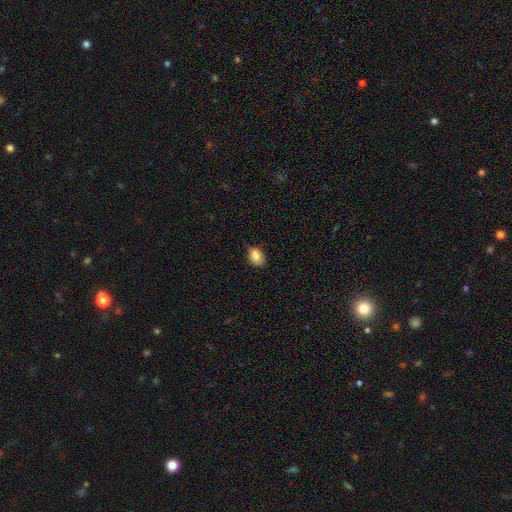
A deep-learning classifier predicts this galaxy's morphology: Smooth or featured? Predicted: smooth (p=0.81). How rounded? Predicted: in between (p=0.73). Merging? Predicted: none (p=0.58).